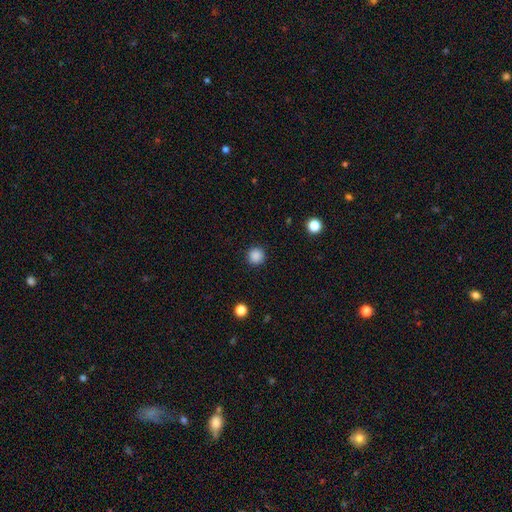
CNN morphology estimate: This appears to be a smooth galaxy with no disk features (87%) that is round (95%). Merging: none (92%).